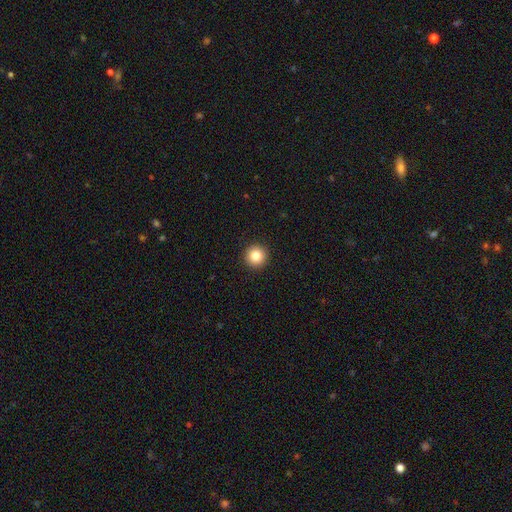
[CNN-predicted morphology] Overall: smooth (83%). How rounded: round (96%). Merging: none (94%).